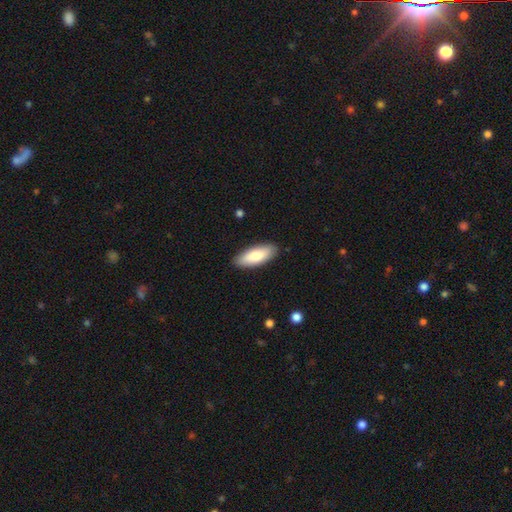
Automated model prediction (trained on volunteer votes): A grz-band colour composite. It shows a smooth galaxy with no disk features (81%) that is in between round and cigar-shaped (74%). Merging: none (88%).